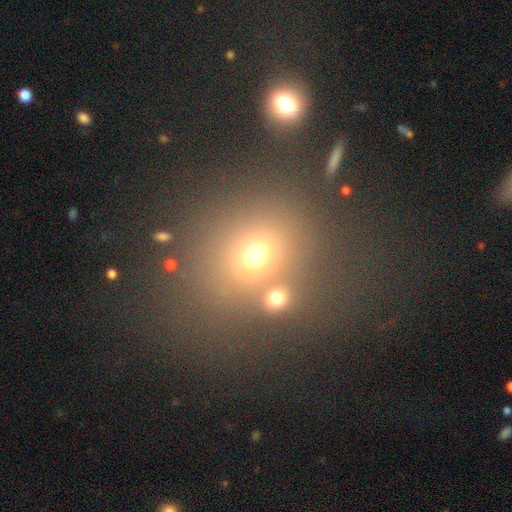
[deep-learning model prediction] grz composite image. It shows a smooth galaxy with no disk features (64%) that is round (76%). Merging: none (67%).